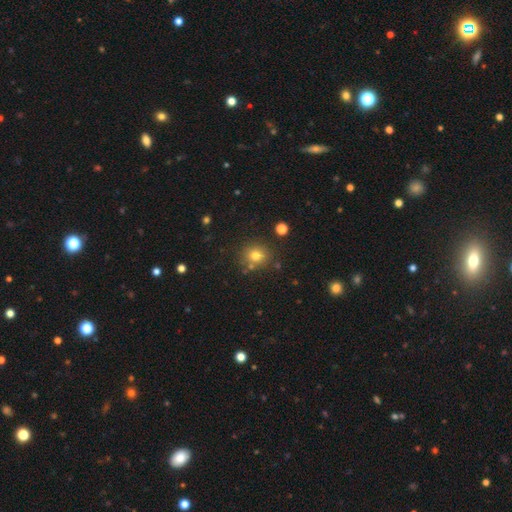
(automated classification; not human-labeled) smooth_or_featured: smooth (p=0.76) [alt: star or artifact p=0.15]
how_rounded: round (p=0.83) [alt: in between p=0.16]
merging: none (p=0.80) [alt: minor disturbance p=0.10]